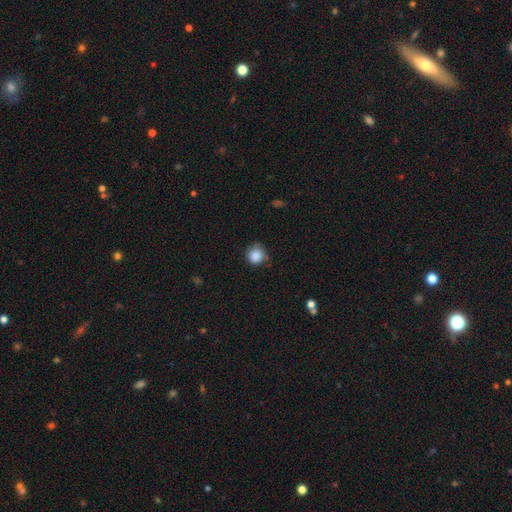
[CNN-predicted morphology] smooth 87%, star or artifact 9%, featured or disk 5%. Down the decision tree: how rounded — round (90%); merging — none (67%).